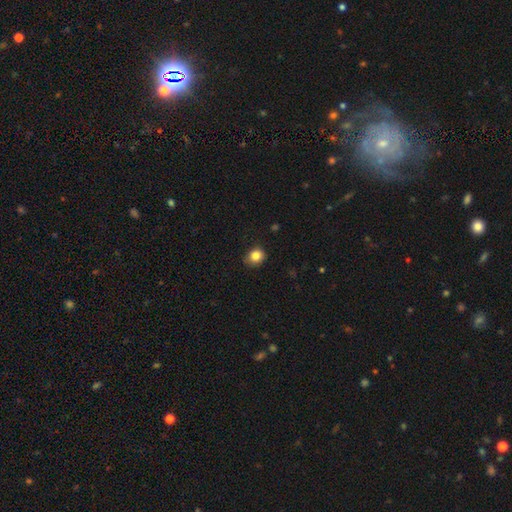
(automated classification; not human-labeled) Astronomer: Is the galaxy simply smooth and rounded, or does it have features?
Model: smooth — 85%.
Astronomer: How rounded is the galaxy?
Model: round — 70%.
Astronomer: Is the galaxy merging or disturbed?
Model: none — 80%.